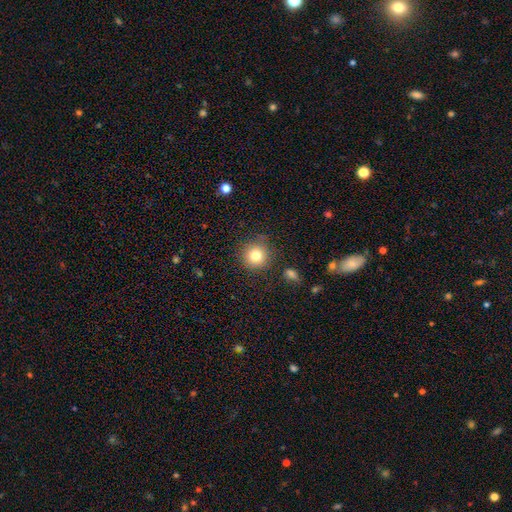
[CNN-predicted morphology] A smooth galaxy with no disk features (80%) that is round (94%). Merging: none (86%).